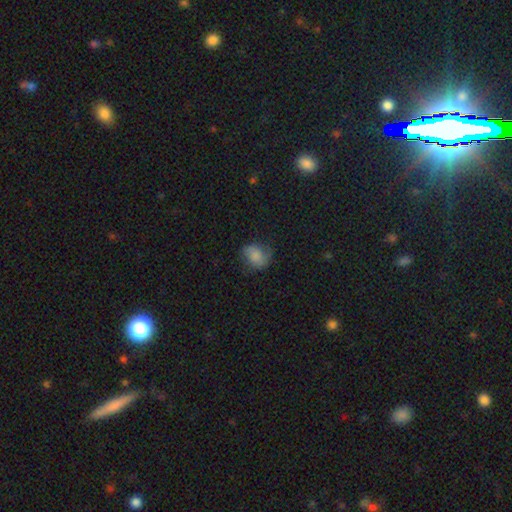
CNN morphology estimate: A smooth galaxy with no disk features (73%) that is in between round and cigar-shaped (50%). Merging: none (61%).